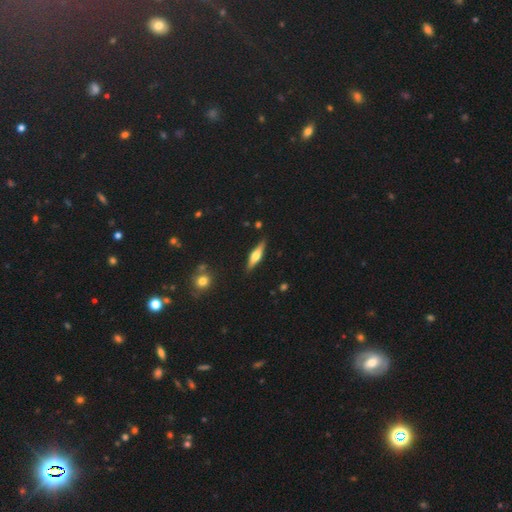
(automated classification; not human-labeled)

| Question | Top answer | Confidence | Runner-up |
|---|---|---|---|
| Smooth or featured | featured or disk | 56% | smooth (39%) |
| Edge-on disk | yes | 95% | no (5%) |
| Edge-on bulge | rounded | 90% | boxy (7%) |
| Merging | none | 88% | minor disturbance (9%) |